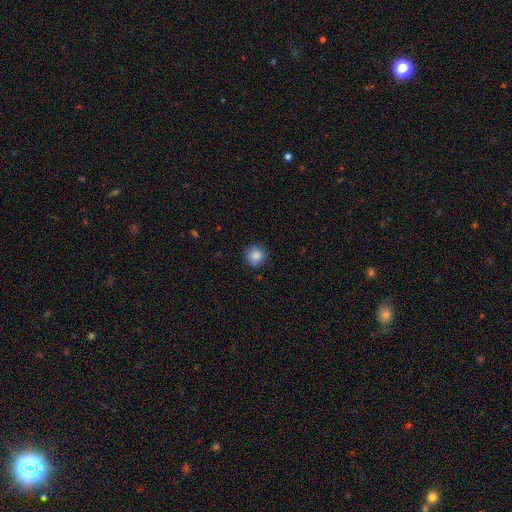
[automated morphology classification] A smooth galaxy with no disk features (86%) that is round (94%). Merging: none (89%).